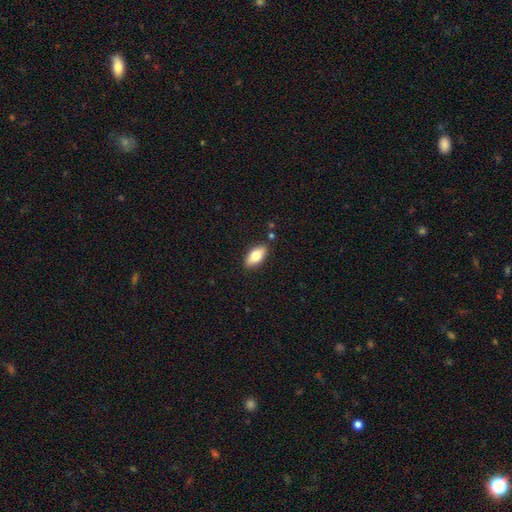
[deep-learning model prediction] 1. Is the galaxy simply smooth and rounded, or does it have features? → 73% smooth, 20% featured or disk, 7% star or artifact.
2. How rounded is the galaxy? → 86% in between, 10% cigar-shaped, 3% round.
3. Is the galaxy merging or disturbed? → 85% none, 10% minor disturbance, 2% merger, 2% major disturbance.